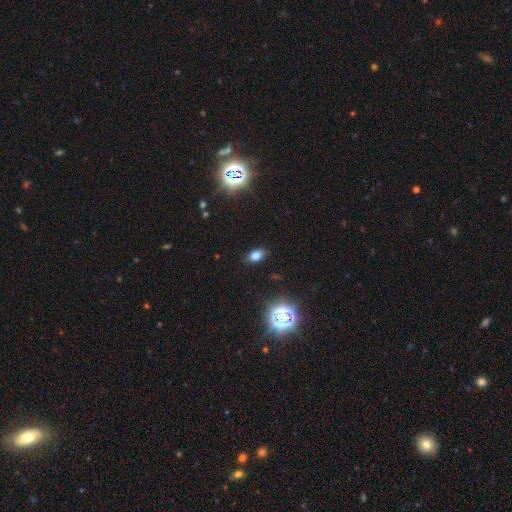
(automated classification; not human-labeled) smooth 74%, star or artifact 18%, featured or disk 8%. Down the decision tree: how rounded — in between (85%); merging — none (87%).